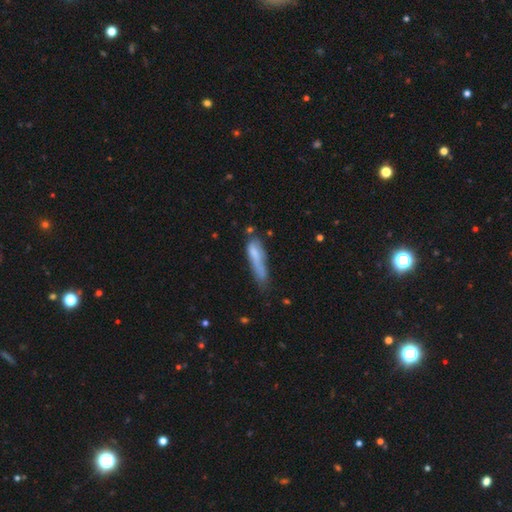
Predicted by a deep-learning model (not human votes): A smooth galaxy with no disk features (64%) that is cigar-shaped (74%). Merging: minor disturbance (32%).